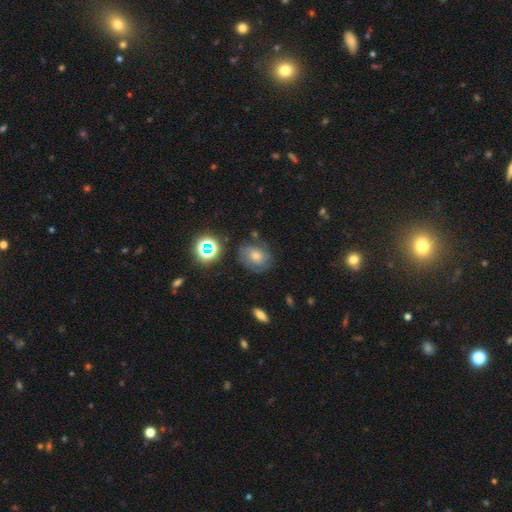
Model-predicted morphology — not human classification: Smooth or featured? featured or disk (43%)
Merging? none (71%)